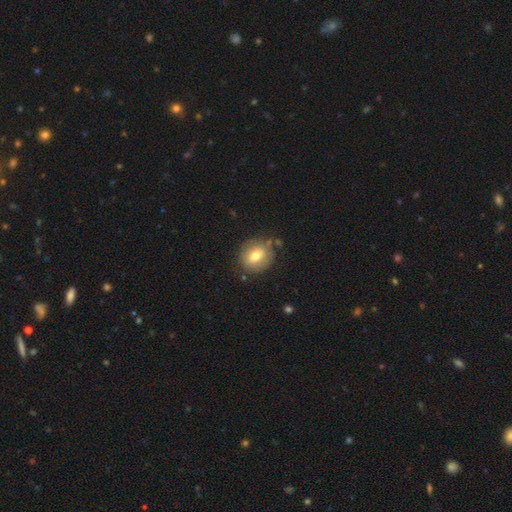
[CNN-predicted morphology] A smooth galaxy with no disk features (69%) that is round (73%). Merging: none (77%).